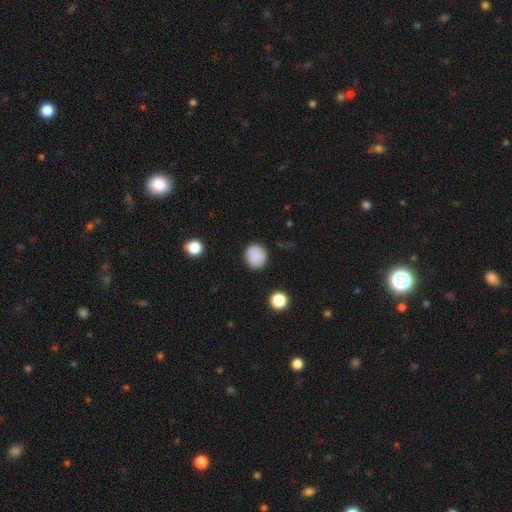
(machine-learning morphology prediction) Smooth or featured?
  - smooth: 87% *
  - star or artifact: 9%
  - featured or disk: 4%
How rounded?
  - round: 85% *
  - in between: 14%
  - cigar-shaped: 1%
Merging?
  - none: 89% *
  - minor disturbance: 8%
  - major disturbance: 2%
  - merger: 1%